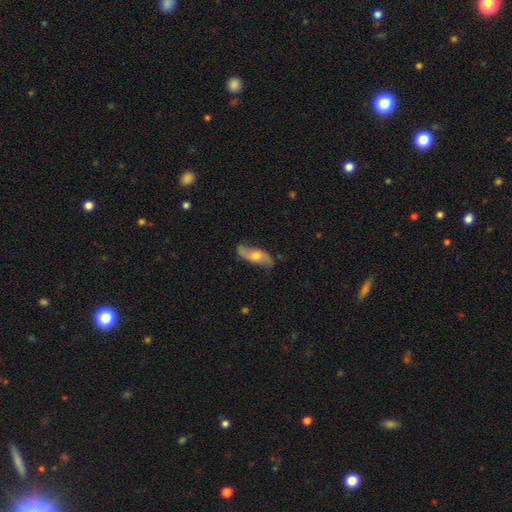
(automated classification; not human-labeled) The model was most divided on "smooth or featured": featured or disk: 59%, smooth: 34%, star or artifact: 6%. More confident: merging — none (76%); edge-on disk — no (74%).